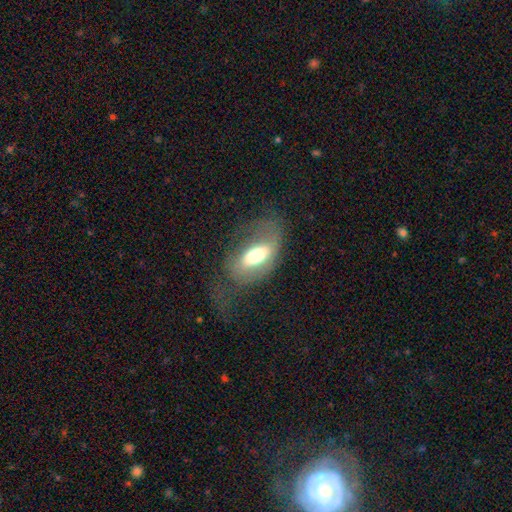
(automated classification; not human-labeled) This is possibly a smooth galaxy (52%). How rounded: clearly in between (87%). Merging: possibly none (47%).